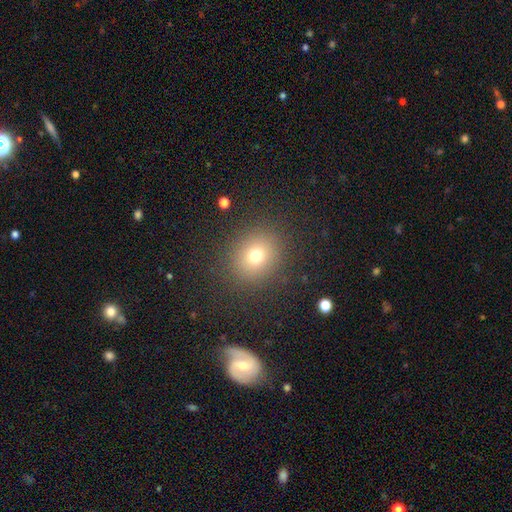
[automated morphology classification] smooth 74%, star or artifact 16%, featured or disk 10%. Down the decision tree: how rounded — round (75%); merging — none (87%).